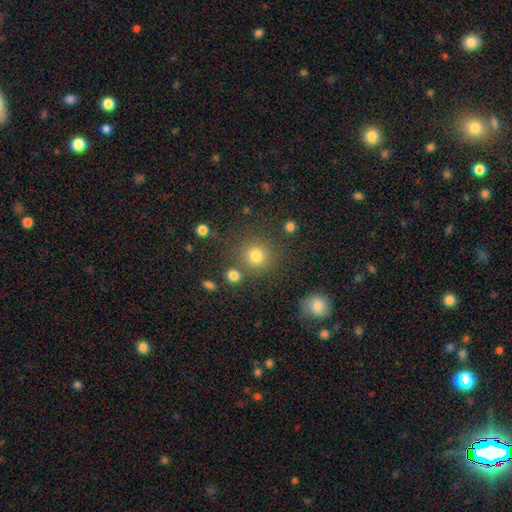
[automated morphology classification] type=smooth (79%); roundness=round (92%); merging=none (79%).